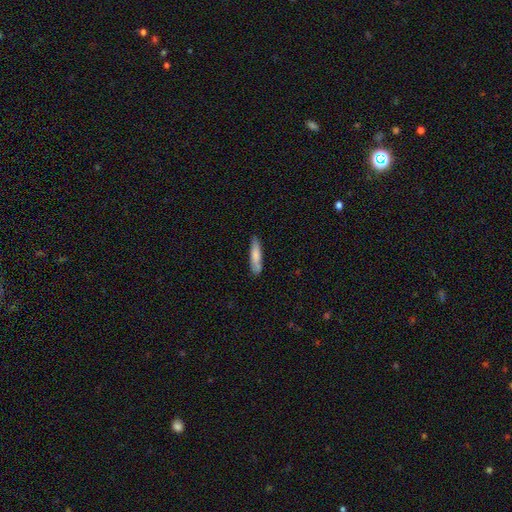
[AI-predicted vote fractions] smooth-or-featured: smooth: 78% | featured or disk: 16% | star or artifact: 6%
  how-rounded: cigar-shaped: 77% | in between: 22% | round: 1%
  merging: none: 74% | minor disturbance: 18% | merger: 5% | major disturbance: 3%